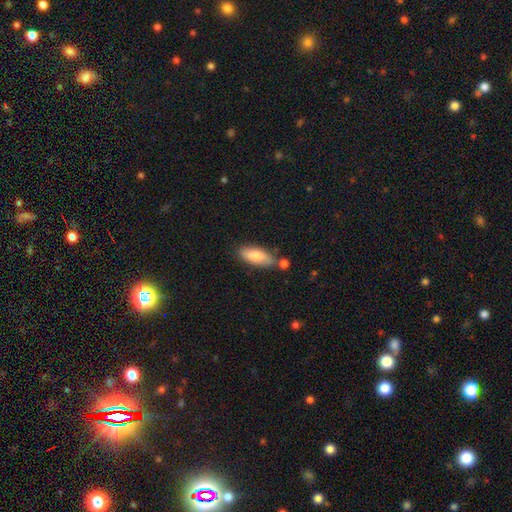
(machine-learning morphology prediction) smooth 81%, featured or disk 13%, star or artifact 6%. Down the decision tree: how rounded — in between (74%); merging — none (65%).